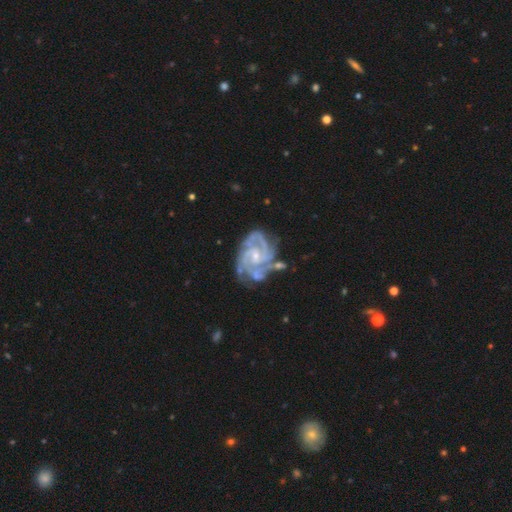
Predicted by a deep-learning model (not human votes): Smooth or featured: featured or disk — 93% (star or artifact — 4%)
Edge-on disk: no — 98% (yes — 2%)
Bar: no — 59% (weak — 33%)
Spiral arms: yes — 98% (no — 2%)
Spiral winding: tight — 64% (medium — 32%)
Spiral arm count: 3 — 38% (2 — 22%)
Bulge size: small — 70% (moderate — 26%)
Merging: none — 56% (minor disturbance — 25%)